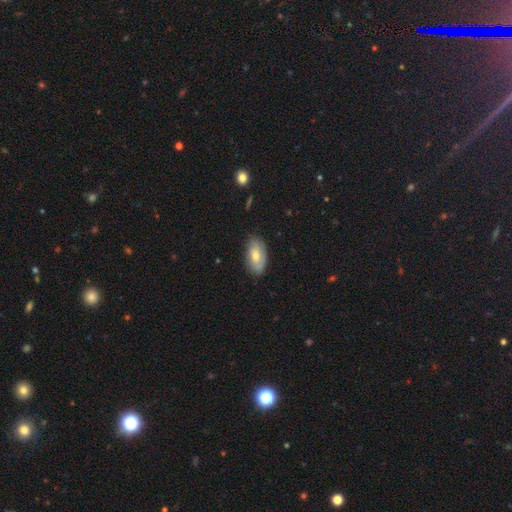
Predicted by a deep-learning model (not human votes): Smooth or featured?
  - smooth: 55% *
  - featured or disk: 38%
  - star or artifact: 7%
How rounded?
  - in between: 91% *
  - cigar-shaped: 5%
  - round: 4%
Merging?
  - none: 79% *
  - minor disturbance: 17%
  - major disturbance: 3%
  - merger: 1%